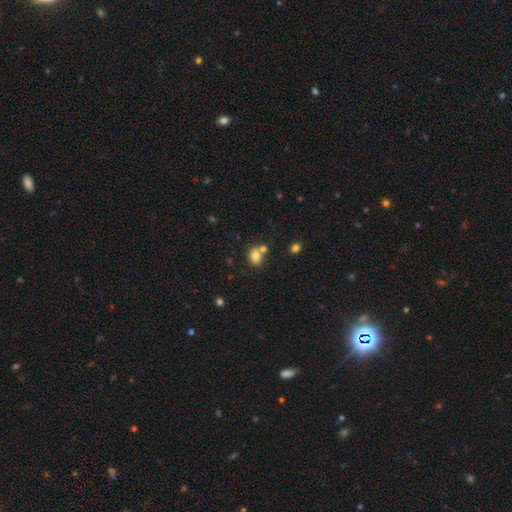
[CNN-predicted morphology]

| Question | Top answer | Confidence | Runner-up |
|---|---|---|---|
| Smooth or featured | smooth | 77% | featured or disk (11%) |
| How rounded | round | 51% | in between (48%) |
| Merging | none | 52% | merger (33%) |